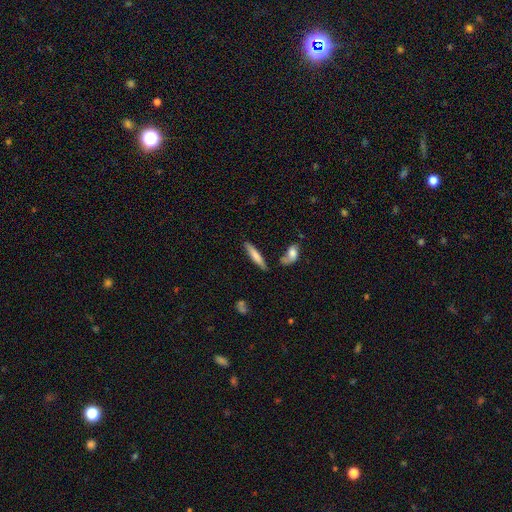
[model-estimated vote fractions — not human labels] Smooth or featured? smooth (68%)
How rounded? cigar-shaped (85%)
Merging? none (74%)